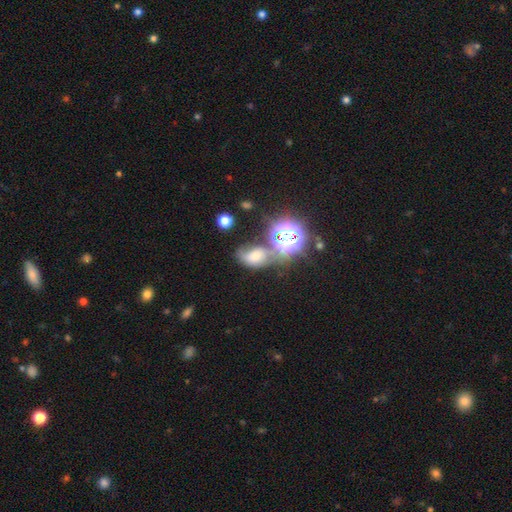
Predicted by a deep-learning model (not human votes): Smooth or featured?
  - smooth: 45% *
  - star or artifact: 31%
  - featured or disk: 24%
Merging?
  - none: 37% *
  - merger: 31%
  - minor disturbance: 17%
  - major disturbance: 15%